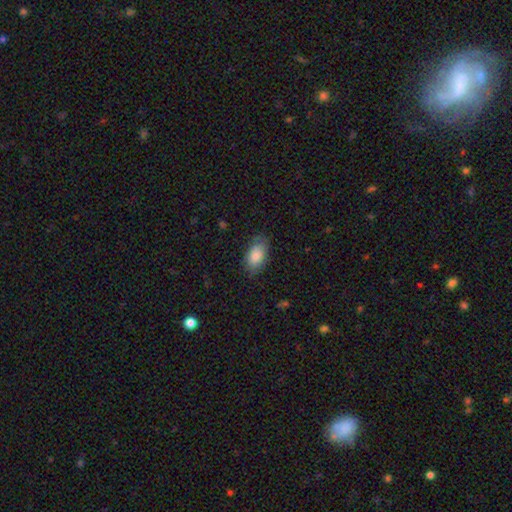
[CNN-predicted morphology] Overall: smooth (84%). How rounded: in between (92%). Merging: none (76%).